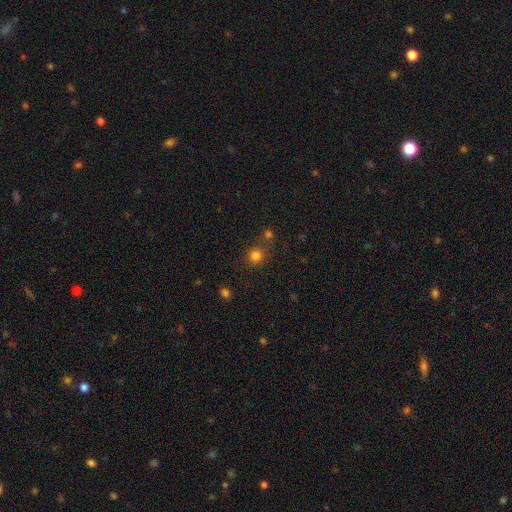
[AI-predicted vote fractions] Smooth or featured? Predicted: smooth (p=0.79). How rounded? Predicted: round (p=0.90). Merging? Predicted: none (p=0.73).